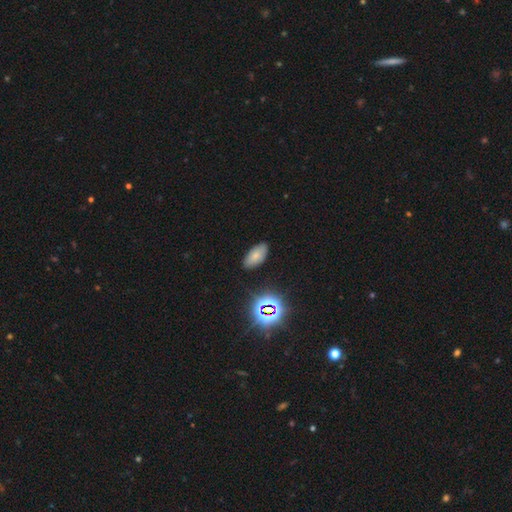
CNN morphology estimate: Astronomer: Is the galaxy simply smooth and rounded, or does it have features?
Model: smooth — 70%.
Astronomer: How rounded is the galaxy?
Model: in between — 93%.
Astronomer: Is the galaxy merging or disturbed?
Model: none — 83%.